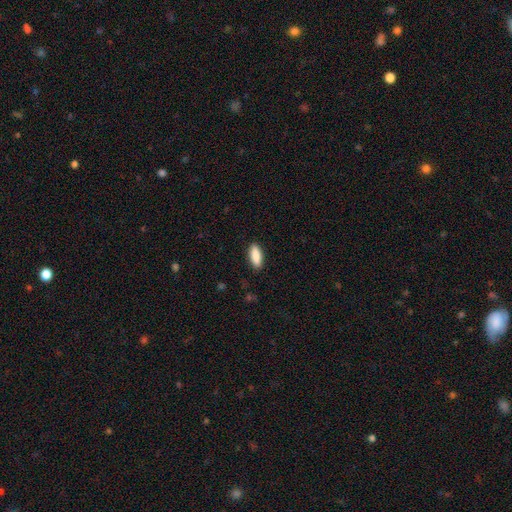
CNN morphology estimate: Overall: smooth (89%). How rounded: in between (68%; cigar-shaped 30%). Merging: none (89%).